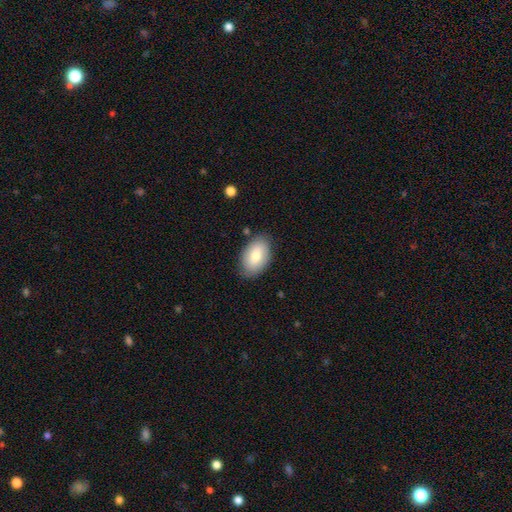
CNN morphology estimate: Q: Smooth or featured?
A: smooth (73%); runner-up: featured or disk (21%)
Q: How rounded?
A: in between (92%); runner-up: round (7%)
Q: Merging?
A: none (81%); runner-up: minor disturbance (15%)